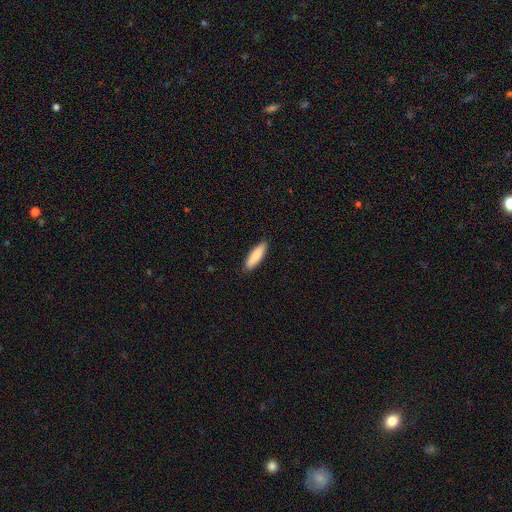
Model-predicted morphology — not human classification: smooth 86%, featured or disk 9%, star or artifact 5%. Down the decision tree: how rounded — cigar-shaped (61%); merging — none (90%).